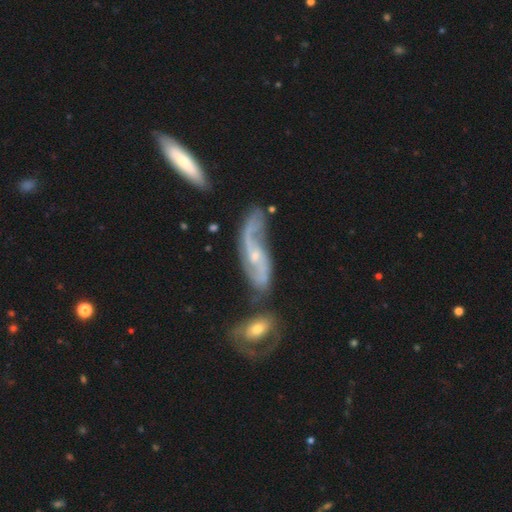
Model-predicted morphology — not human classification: A featured or disk galaxy (82%) with no bar (52%), 2 (80%) loose (53%) spiral arms (93%) and a small central bulge (65%). Merging: none (47%).